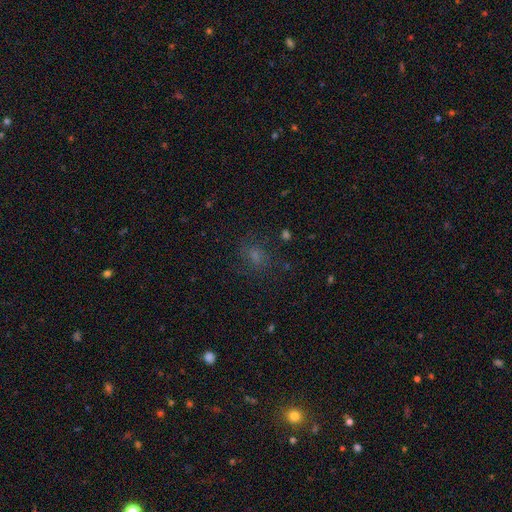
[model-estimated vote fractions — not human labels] smooth-or-featured: smooth: 56% | star or artifact: 28% | featured or disk: 16%
  how-rounded: round: 54% | in between: 44% | cigar-shaped: 2%
  merging: none: 71% | minor disturbance: 16% | major disturbance: 11% | merger: 2%